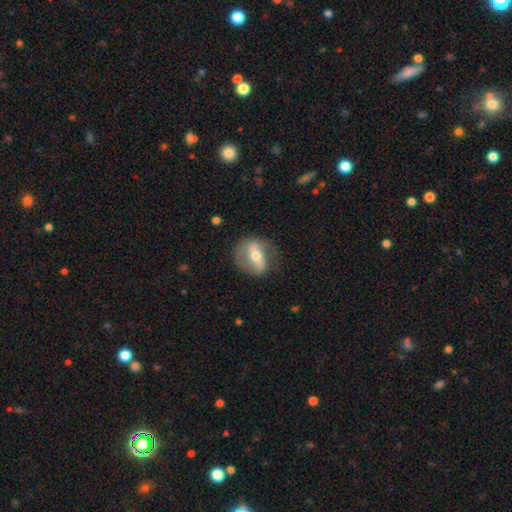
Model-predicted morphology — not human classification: This appears to be a featured or disk galaxy (61%). Merging: none (70%).